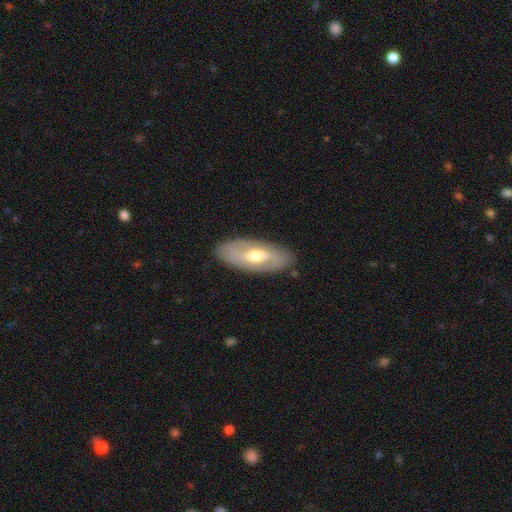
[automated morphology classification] Smooth or featured? Predicted: featured or disk (p=0.60). Edge-on disk? Predicted: no (p=0.84). Bar? Predicted: weak (p=0.40). Spiral arms? Predicted: yes (p=0.51). Bulge size? Predicted: moderate (p=0.72). Merging? Predicted: none (p=0.85).